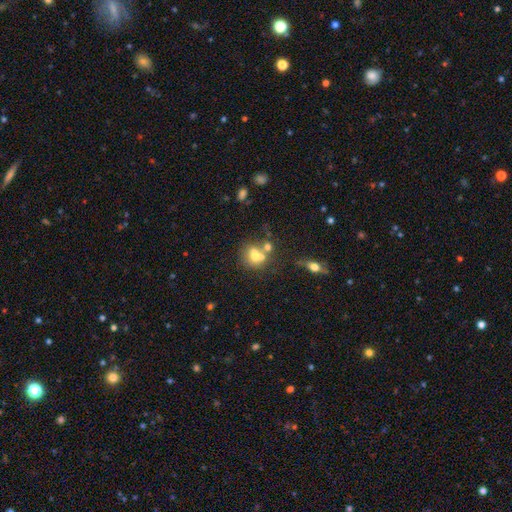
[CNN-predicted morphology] smooth-or-featured: smooth: 66% | featured or disk: 22% | star or artifact: 12%
  how-rounded: round: 67% | in between: 32% | cigar-shaped: 1%
  merging: none: 41% (tied) | merger: 41% (tied) | minor disturbance: 12% | major disturbance: 6%